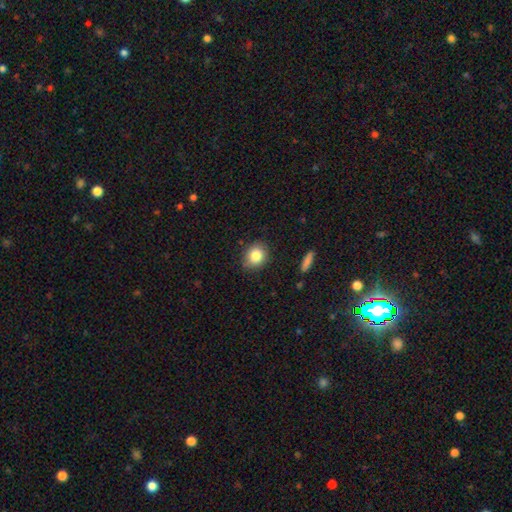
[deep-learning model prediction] This appears to be a smooth galaxy with no disk features (83%) that is round (68%). Merging: none (84%).